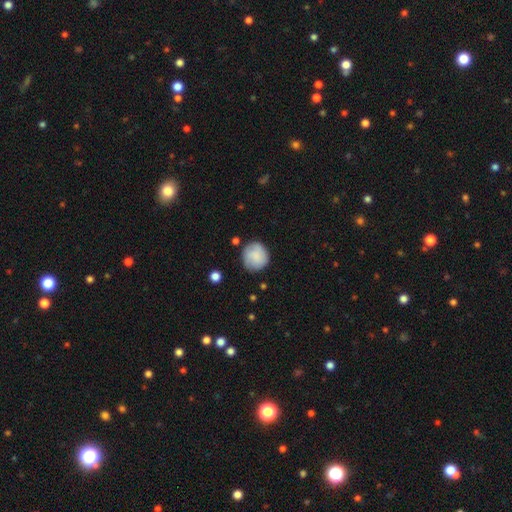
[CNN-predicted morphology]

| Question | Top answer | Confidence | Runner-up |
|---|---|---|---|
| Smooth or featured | smooth | 74% | featured or disk (19%) |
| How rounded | round | 91% | in between (8%) |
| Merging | none | 79% | minor disturbance (15%) |